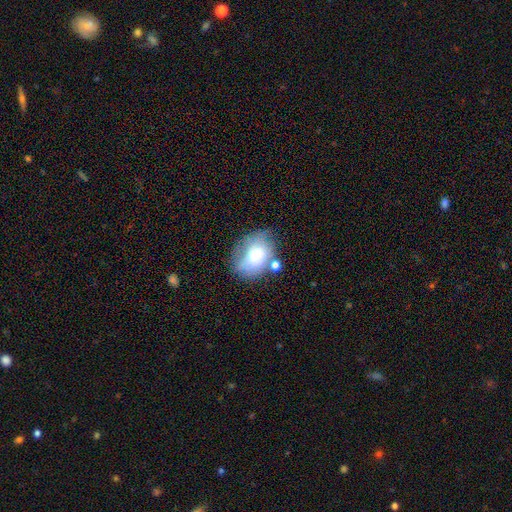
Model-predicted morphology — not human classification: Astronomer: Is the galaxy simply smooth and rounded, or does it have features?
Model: smooth — 68%.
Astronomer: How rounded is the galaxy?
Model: in between — 73%.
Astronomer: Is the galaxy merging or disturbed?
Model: none — 45% (runner-up: minor disturbance, 26%).